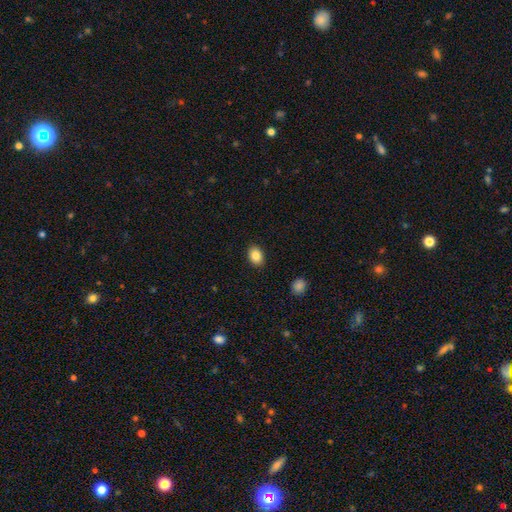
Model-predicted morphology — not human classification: This is clearly a smooth galaxy (86%). How rounded: likely in between (74%). Merging: clearly none (90%).